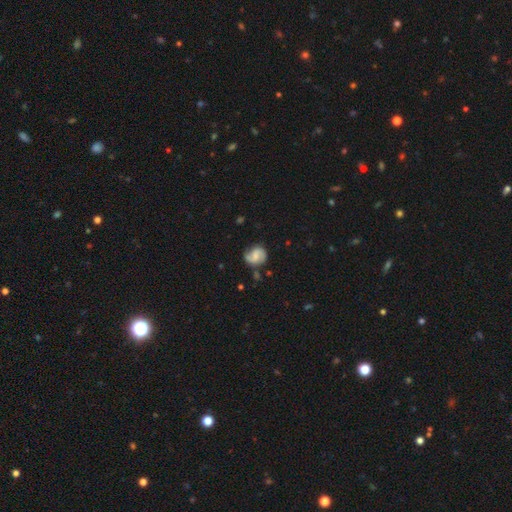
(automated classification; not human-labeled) featured or disk 66%, smooth 26%, star or artifact 7%. Down the decision tree: edge-on disk — no (98%); bar — weak (45%); spiral arms — yes (92%); spiral arm count — 2 (81%); spiral winding — medium (45%); bulge size — small (40%); merging — none (68%).